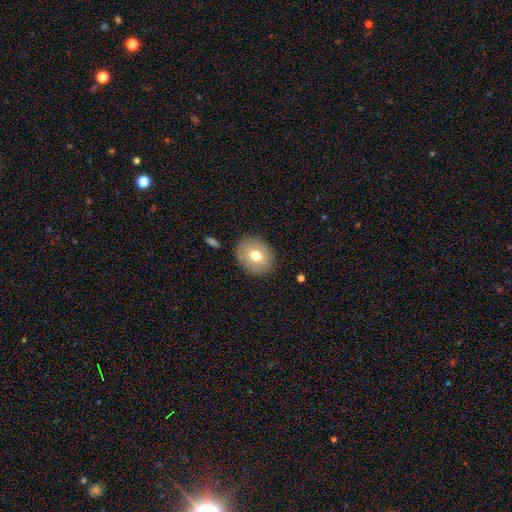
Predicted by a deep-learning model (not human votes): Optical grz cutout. It shows a smooth galaxy with no disk features (71%) that is round (51%). Merging: none (86%).